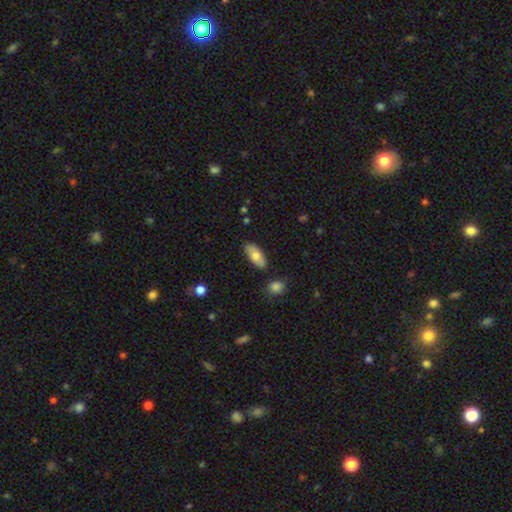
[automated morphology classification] smooth 73%, featured or disk 20%, star or artifact 6%. Down the decision tree: how rounded — in between (88%); merging — none (82%).